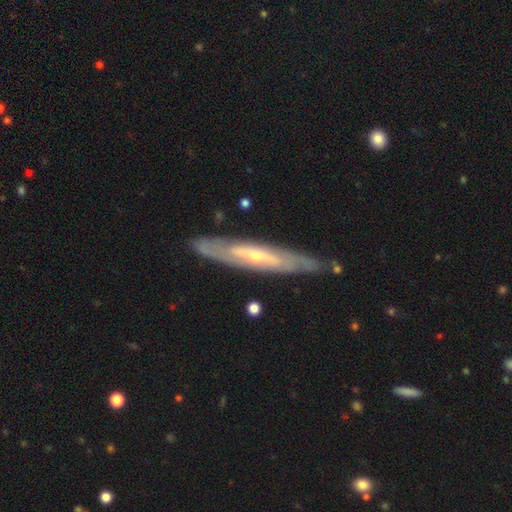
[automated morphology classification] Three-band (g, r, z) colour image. It shows a featured or disk galaxy (78%) viewed edge-on (56%). Merging: none (81%).